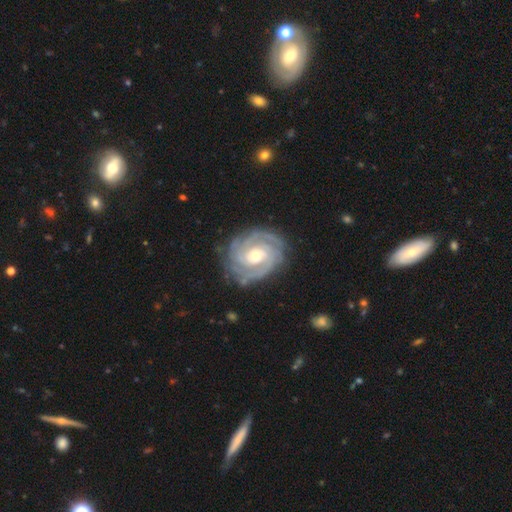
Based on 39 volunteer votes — smooth_or_featured: featured or disk (p=0.92) [alt: smooth p=0.05]
disk_edge_on: no (p=0.97) [alt: yes p=0.03]
bar: no (p=0.66) [alt: weak p=0.31]
has_spiral_arms: yes (p=1.00)
spiral_winding: tight (p=0.86) [alt: medium p=0.14]
spiral_arm_count: 4 (p=0.43) [alt: 3 p=0.31]
bulge_size: moderate (p=0.77) [alt: small p=0.20]
merging: none (p=0.87) [alt: minor disturbance p=0.13]